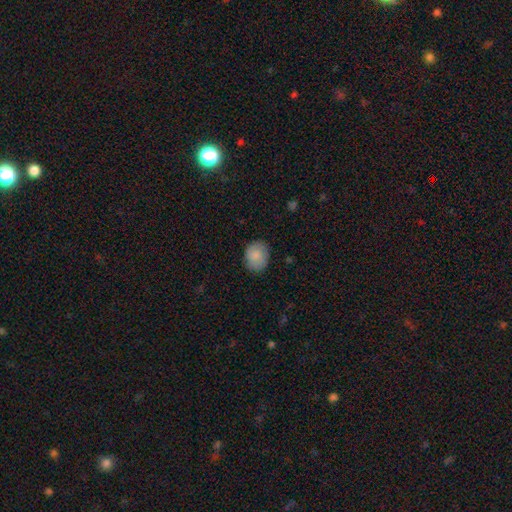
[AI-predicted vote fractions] Overall: smooth (86%). How rounded: round (57%; in between 43%). Merging: none (84%).